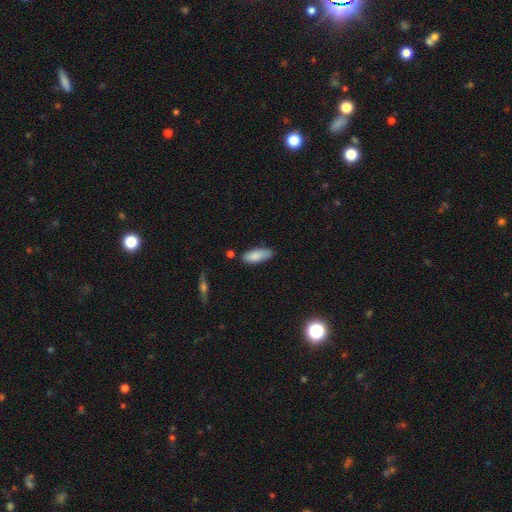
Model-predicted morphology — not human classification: The model was most divided on "how rounded": in between: 73%, cigar-shaped: 25%, round: 2%. More confident: smooth or featured — smooth (85%); merging — none (72%).